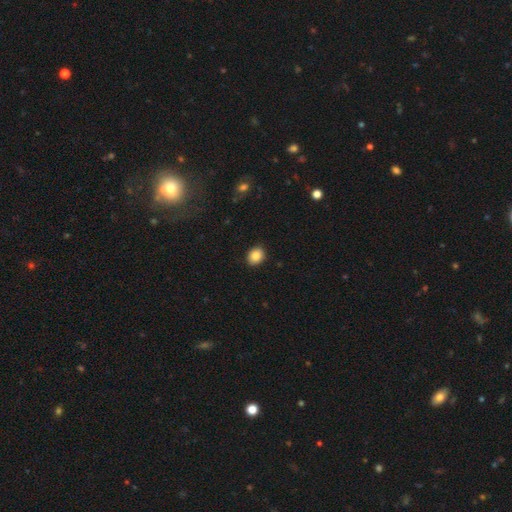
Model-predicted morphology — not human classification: Smooth or featured?
  - smooth: 86% *
  - star or artifact: 9%
  - featured or disk: 5%
How rounded?
  - round: 50% *
  - in between: 49%
  - cigar-shaped: 1%
Merging?
  - none: 89% *
  - minor disturbance: 8%
  - major disturbance: 2%
  - merger: 1%